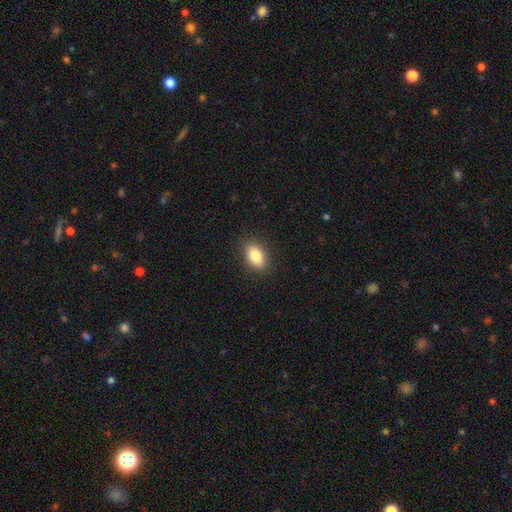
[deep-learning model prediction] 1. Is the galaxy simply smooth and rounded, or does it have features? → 85% smooth, 8% featured or disk, 8% star or artifact.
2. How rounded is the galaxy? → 89% in between, 9% round, 3% cigar-shaped.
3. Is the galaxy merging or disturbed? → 89% none, 8% minor disturbance, 2% major disturbance, 1% merger.